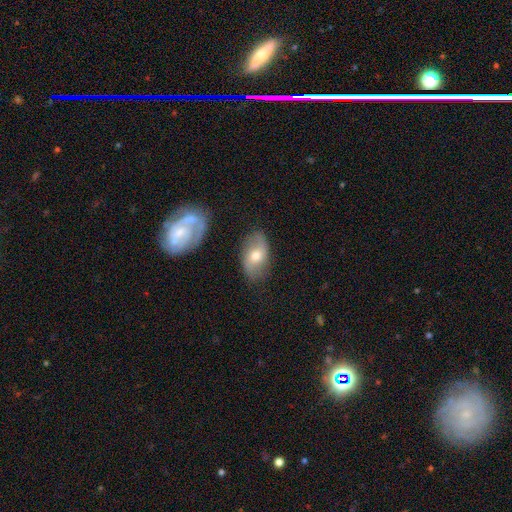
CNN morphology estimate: Overall: smooth (49%; featured or disk 44%). Merging: none (76%).